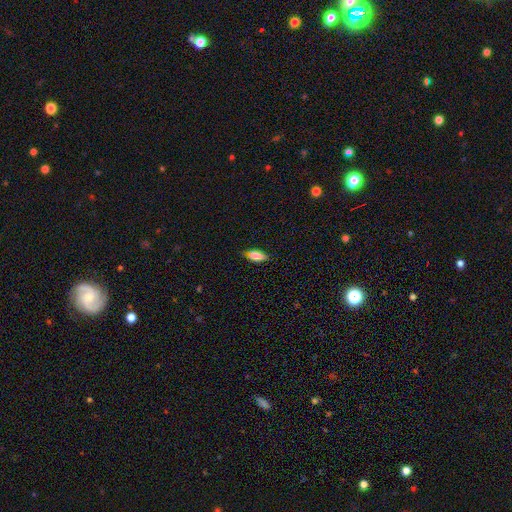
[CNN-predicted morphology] type=smooth (84%); roundness=in between (84%); merging=none (78%).